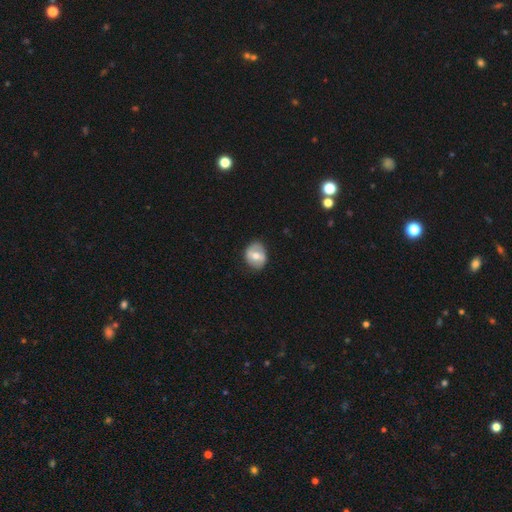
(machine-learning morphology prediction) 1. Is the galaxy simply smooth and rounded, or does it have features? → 52% smooth, 41% featured or disk, 7% star or artifact.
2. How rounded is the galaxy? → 63% round, 36% in between, 1% cigar-shaped.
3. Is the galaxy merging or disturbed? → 80% none, 15% minor disturbance, 4% major disturbance, 1% merger.